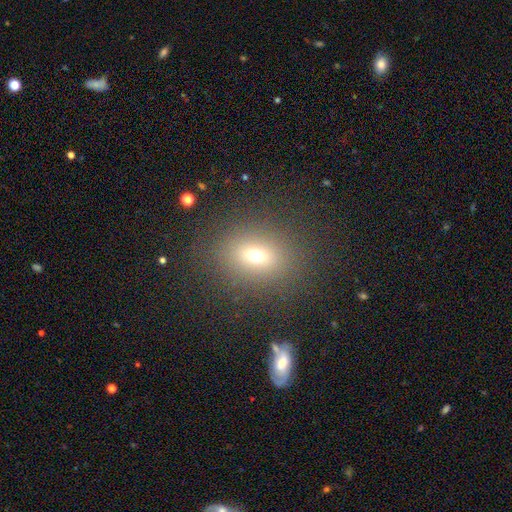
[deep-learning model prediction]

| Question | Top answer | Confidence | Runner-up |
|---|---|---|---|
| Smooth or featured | smooth | 67% | star or artifact (19%) |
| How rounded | in between | 49% | tied: round (49%) |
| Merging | none | 85% | minor disturbance (9%) |